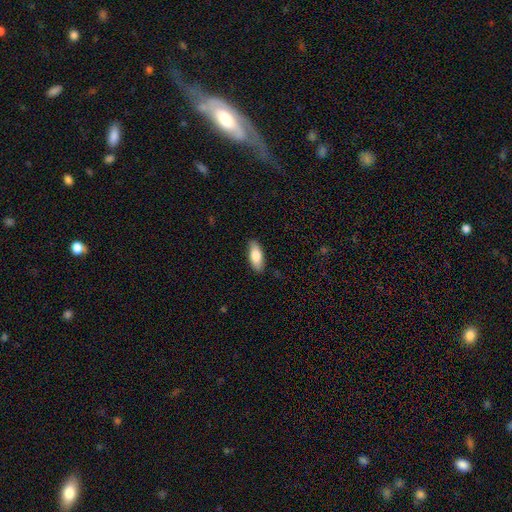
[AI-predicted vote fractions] Overall: smooth (79%). How rounded: in between (78%). Merging: none (87%).